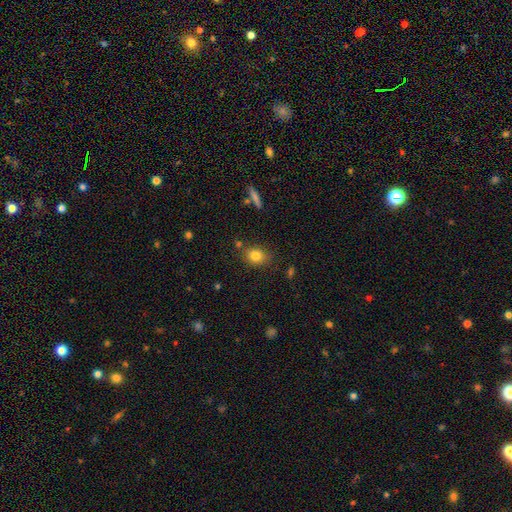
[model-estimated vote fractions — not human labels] Smooth or featured: smooth — 81% (star or artifact — 10%)
How rounded: in between — 54% (round — 44%)
Merging: none — 78% (minor disturbance — 14%)